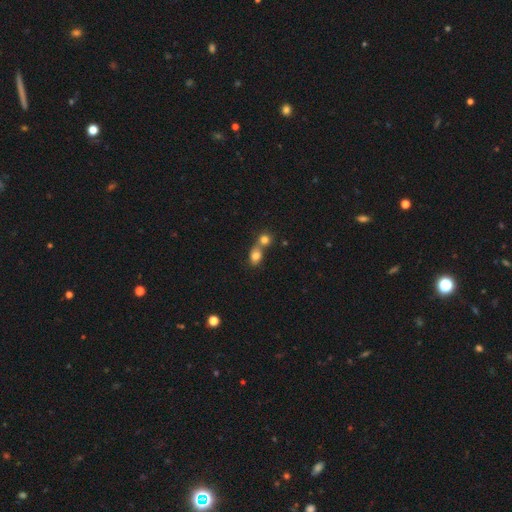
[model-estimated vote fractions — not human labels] Q: Smooth or featured?
A: smooth (79%); runner-up: star or artifact (11%)
Q: How rounded?
A: in between (53%); runner-up: round (45%)
Q: Merging?
A: merger (60%); runner-up: none (30%)